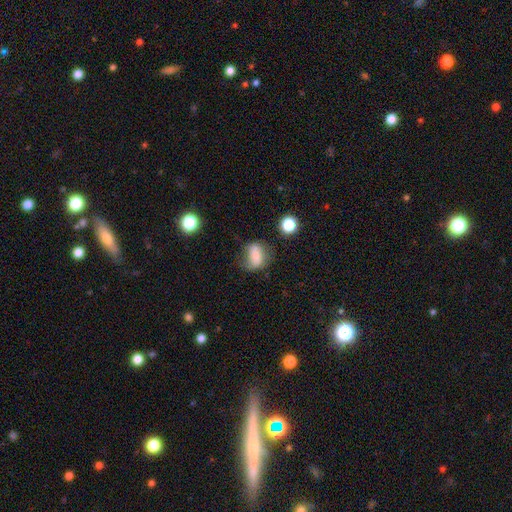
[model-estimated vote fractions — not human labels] A smooth galaxy with no disk features (63%) that is in between round and cigar-shaped (69%).

Vote fractions:
- Smooth or featured? smooth: 63% / featured or disk: 26% / star or artifact: 11%
- How rounded? in between: 69% / round: 27% / cigar-shaped: 3%
- Merging? none: 44% / minor disturbance: 31% / major disturbance: 20% / merger: 4%